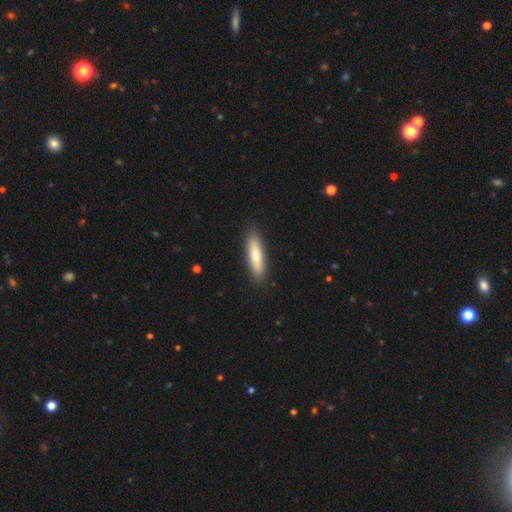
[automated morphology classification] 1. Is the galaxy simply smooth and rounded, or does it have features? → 78% smooth, 16% featured or disk, 5% star or artifact.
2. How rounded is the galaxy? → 69% cigar-shaped, 29% in between, 2% round.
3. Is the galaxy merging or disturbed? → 90% none, 8% minor disturbance, 2% major disturbance, 1% merger.